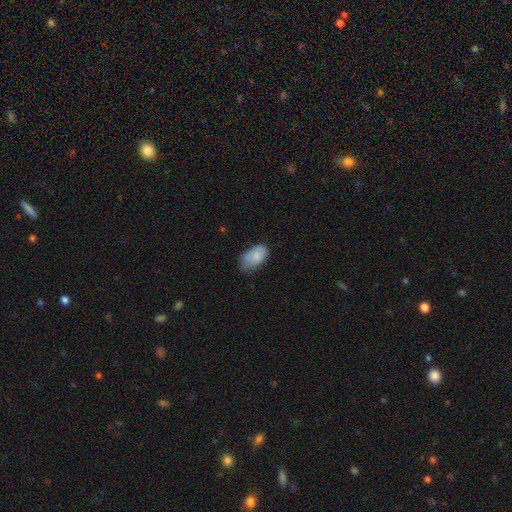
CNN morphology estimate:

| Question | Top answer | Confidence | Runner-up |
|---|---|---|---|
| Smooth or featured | smooth | 81% | featured or disk (12%) |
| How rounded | in between | 94% | round (5%) |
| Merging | none | 50% | minor disturbance (38%) |